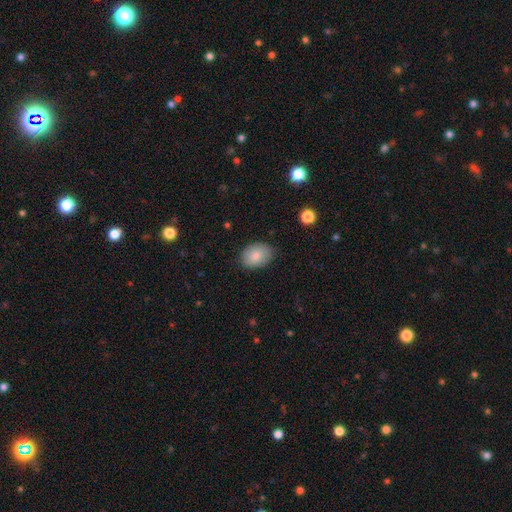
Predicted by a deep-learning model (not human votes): smooth-or-featured: smooth: 84% | featured or disk: 9% | star or artifact: 7%
  how-rounded: in between: 78% | round: 21% | cigar-shaped: 1%
  merging: none: 82% | minor disturbance: 14% | major disturbance: 3% | merger: 1%